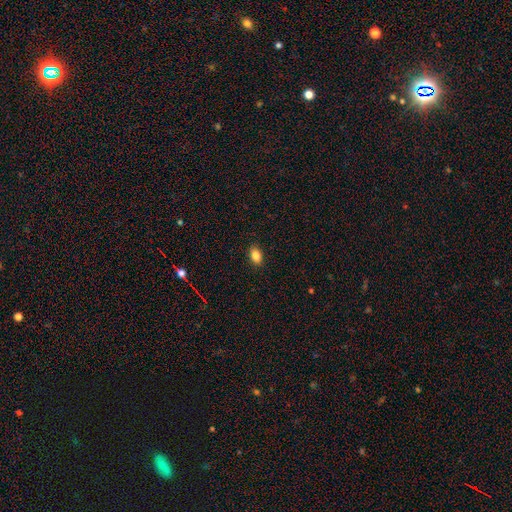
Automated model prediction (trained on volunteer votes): A smooth galaxy with no disk features (86%) that is in between round and cigar-shaped (82%).

Vote fractions:
- Smooth or featured? smooth: 86% / star or artifact: 9% / featured or disk: 5%
- How rounded? in between: 82% / round: 16% / cigar-shaped: 1%
- Merging? none: 88% / minor disturbance: 9% / major disturbance: 2% / merger: 1%